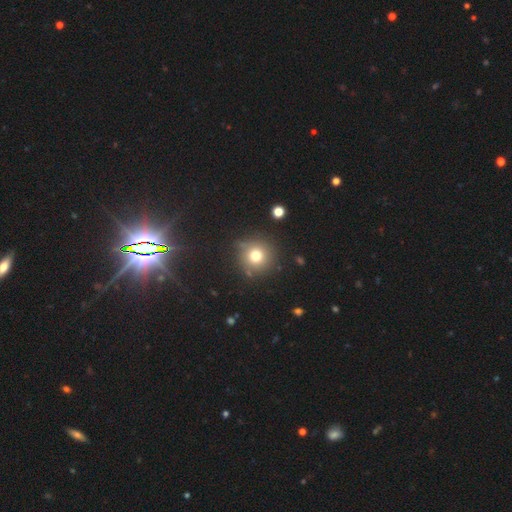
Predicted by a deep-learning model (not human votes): Smooth or featured? Predicted: smooth (p=0.75). How rounded? Predicted: round (p=0.94). Merging? Predicted: none (p=0.83).